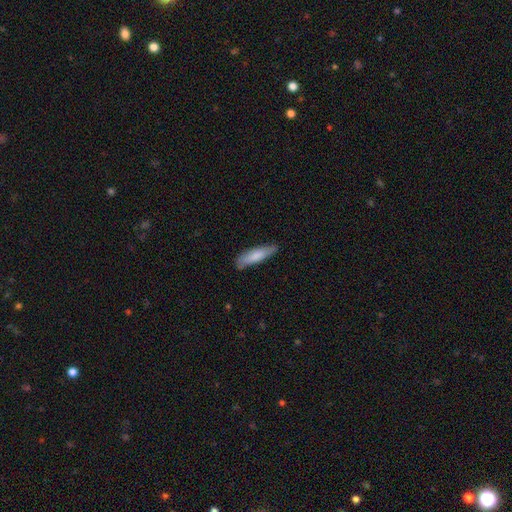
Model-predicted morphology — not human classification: This appears to be a smooth galaxy with no disk features (77%) that is cigar-shaped (69%). Merging: none (78%).